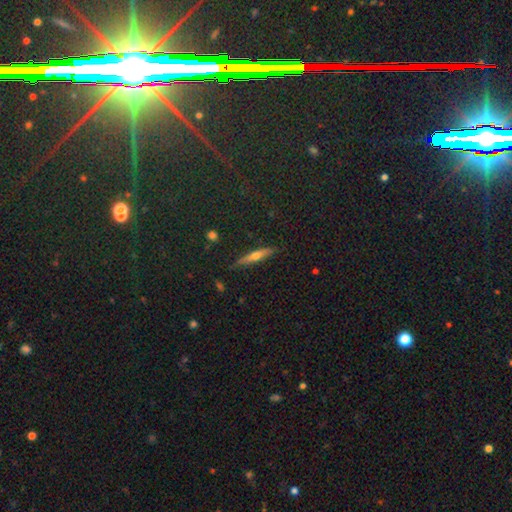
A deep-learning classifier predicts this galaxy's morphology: The model was most divided on "smooth or featured": featured or disk: 48%, smooth: 43%, star or artifact: 9%. More confident: merging — none (84%).